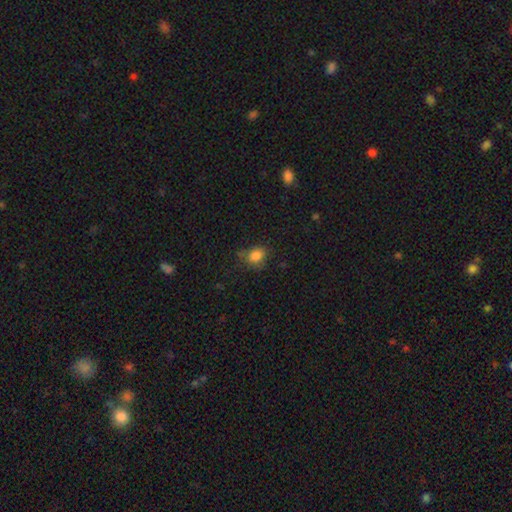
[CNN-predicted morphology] A smooth galaxy with no disk features (82%) that is round (50%).

Vote fractions:
- Smooth or featured? smooth: 82% / star or artifact: 12% / featured or disk: 6%
- How rounded? round: 50% / in between: 49% / cigar-shaped: 1%
- Merging? none: 66% / minor disturbance: 22% / major disturbance: 8% / merger: 4%